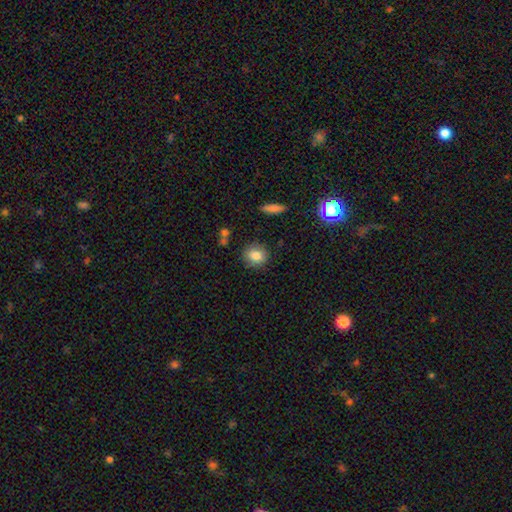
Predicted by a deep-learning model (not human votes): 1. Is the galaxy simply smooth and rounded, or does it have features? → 82% smooth, 9% star or artifact, 9% featured or disk.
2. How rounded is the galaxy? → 78% round, 20% in between, 1% cigar-shaped.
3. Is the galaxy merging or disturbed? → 85% none, 10% minor disturbance, 2% major disturbance, 2% merger.